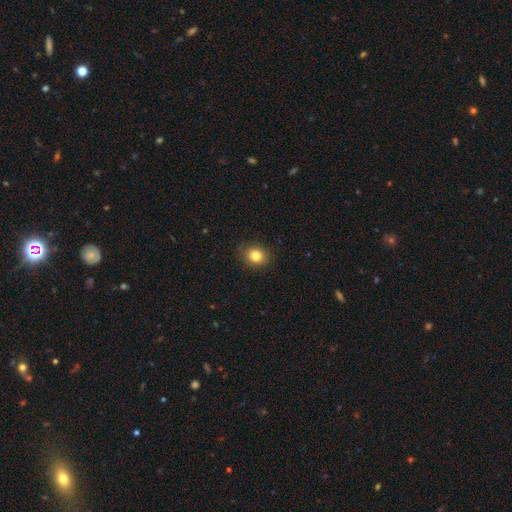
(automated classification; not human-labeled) Smooth or featured? smooth (83%)
How rounded? round (69%)
Merging? none (86%)